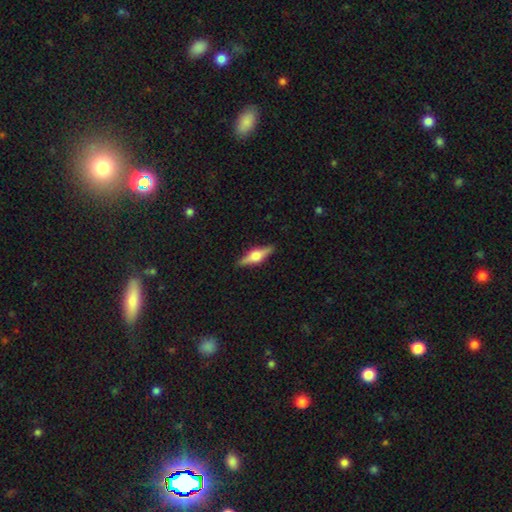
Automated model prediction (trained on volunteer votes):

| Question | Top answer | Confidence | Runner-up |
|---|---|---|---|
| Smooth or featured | featured or disk | 64% | smooth (30%) |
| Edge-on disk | yes | 96% | no (4%) |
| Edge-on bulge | rounded | 91% | boxy (7%) |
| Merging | none | 89% | minor disturbance (8%) |